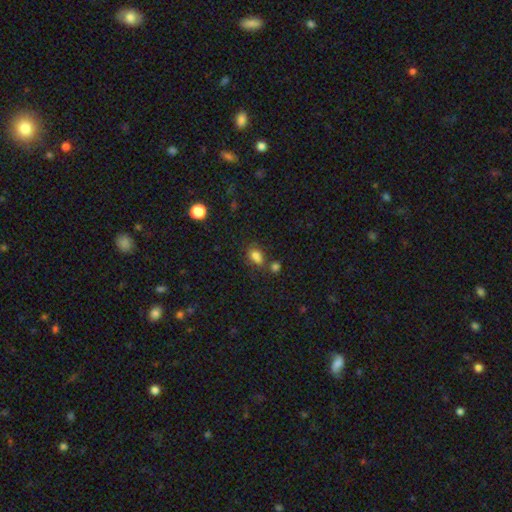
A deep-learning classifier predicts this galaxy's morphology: Smooth or featured? smooth (79%)
How rounded? in between (74%)
Merging? none (51%)